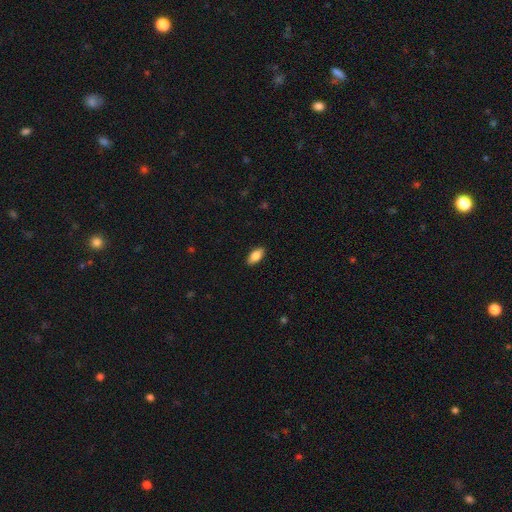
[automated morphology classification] smooth-or-featured: smooth: 84% | featured or disk: 9% | star or artifact: 7%
  how-rounded: in between: 90% | cigar-shaped: 7% | round: 3%
  merging: none: 88% | minor disturbance: 9% | major disturbance: 2% | merger: 1%